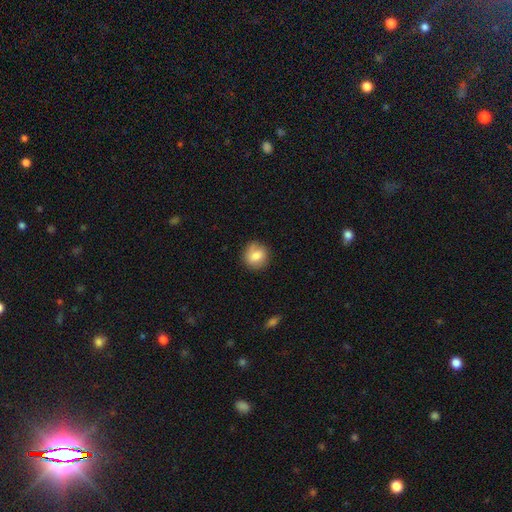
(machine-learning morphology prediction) Overall: smooth (80%). How rounded: round (83%). Merging: none (79%).